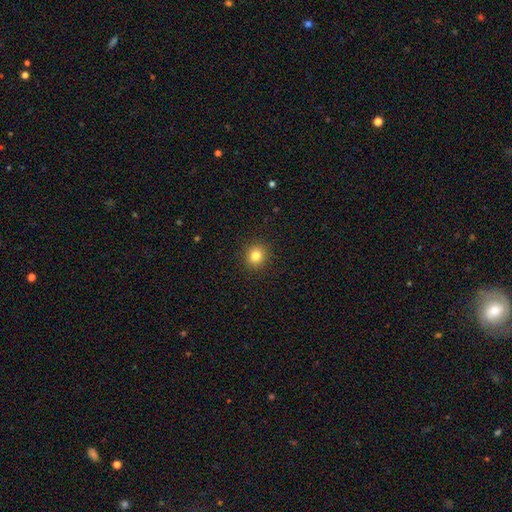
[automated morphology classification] type=smooth (82%); roundness=round (86%); merging=none (92%).